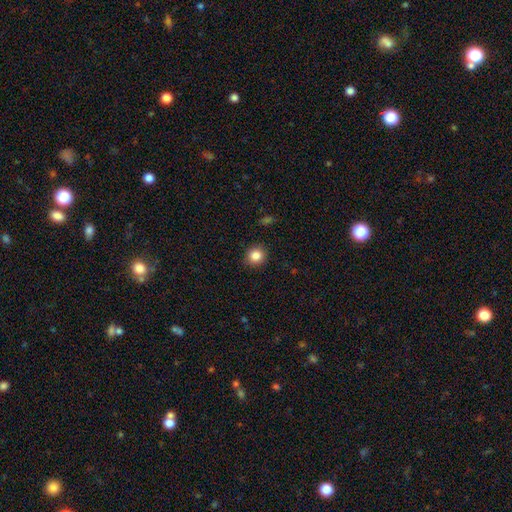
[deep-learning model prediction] smooth-or-featured: smooth: 85% | star or artifact: 11% | featured or disk: 5%
  how-rounded: round: 89% | in between: 10% | cigar-shaped: 1%
  merging: none: 90% | minor disturbance: 7% | major disturbance: 2% | merger: 1%